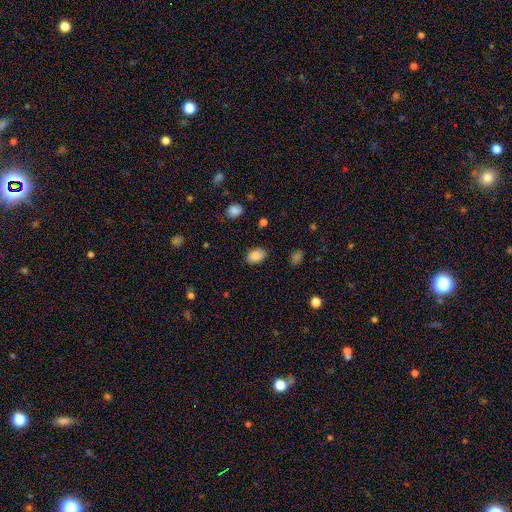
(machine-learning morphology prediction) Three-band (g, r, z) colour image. It shows a smooth galaxy with no disk features (86%) that is in between round and cigar-shaped (84%). Merging: none (85%).